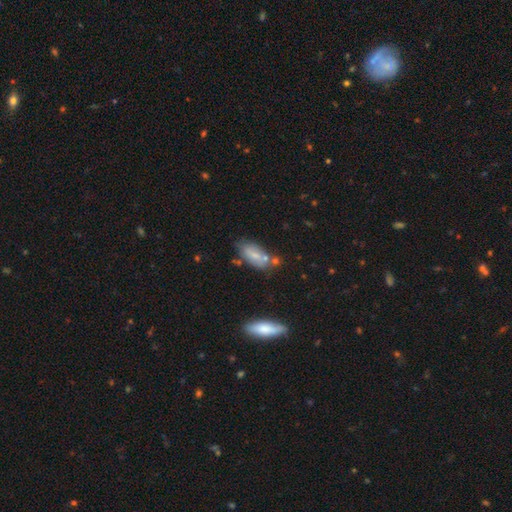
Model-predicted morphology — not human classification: The model was most divided on "merging": none: 57%, minor disturbance: 22%, merger: 14%, major disturbance: 7%. More confident: how rounded — in between (86%); smooth or featured — smooth (65%).